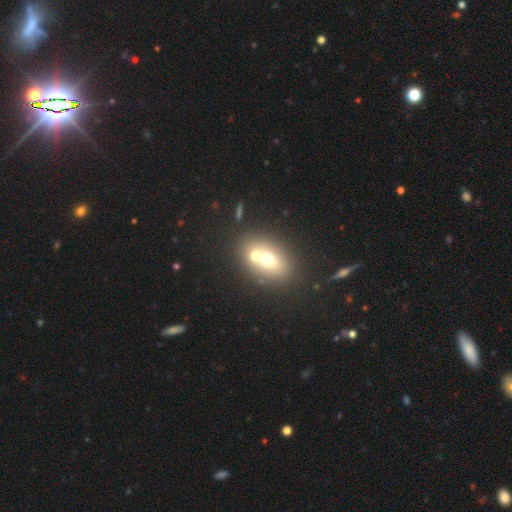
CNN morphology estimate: A smooth galaxy with no disk features (64%) that is in between round and cigar-shaped (63%). Merging: merger (57%).